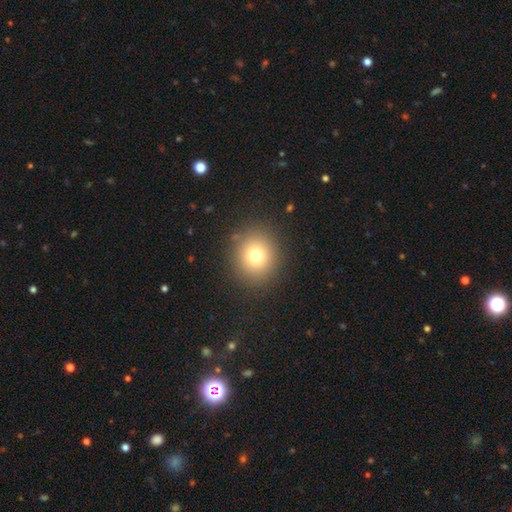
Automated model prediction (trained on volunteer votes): Q: Smooth or featured?
A: smooth (76%); runner-up: star or artifact (14%)
Q: How rounded?
A: round (86%); runner-up: in between (13%)
Q: Merging?
A: none (88%); runner-up: minor disturbance (7%)